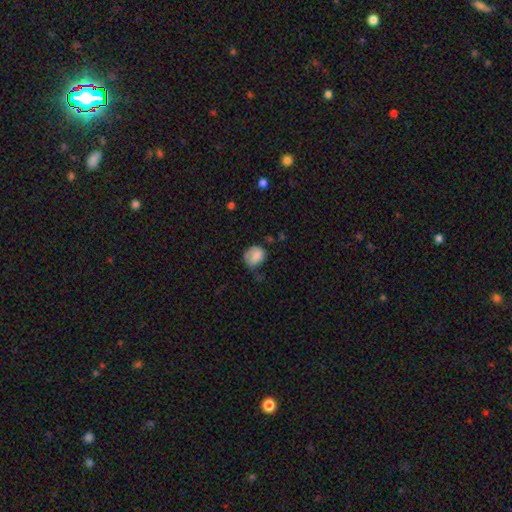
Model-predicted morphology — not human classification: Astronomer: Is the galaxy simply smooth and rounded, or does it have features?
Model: smooth — 75%.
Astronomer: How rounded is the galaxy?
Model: round — 62% (runner-up: in between, 37%).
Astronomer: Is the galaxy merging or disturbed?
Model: none — 42% (runner-up: minor disturbance, 37%).